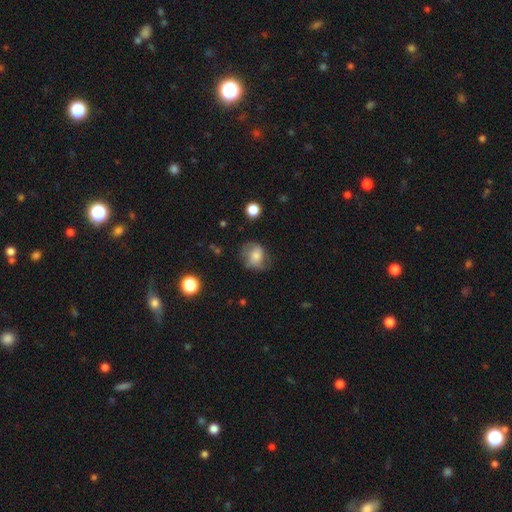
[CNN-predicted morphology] Smooth or featured? smooth (64%)
How rounded? round (56%)
Merging? none (57%)